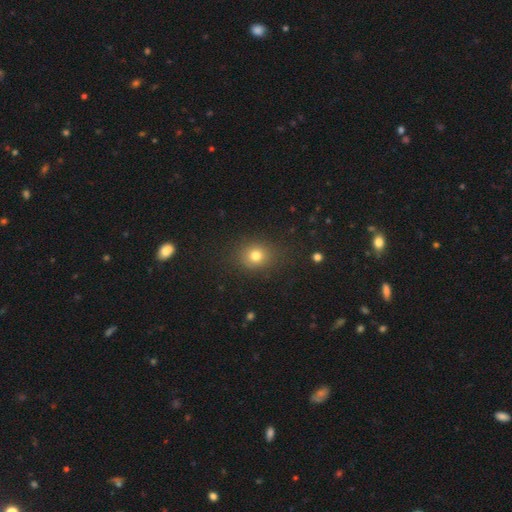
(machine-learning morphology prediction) Overall: smooth (77%). How rounded: round (74%). Merging: none (84%).